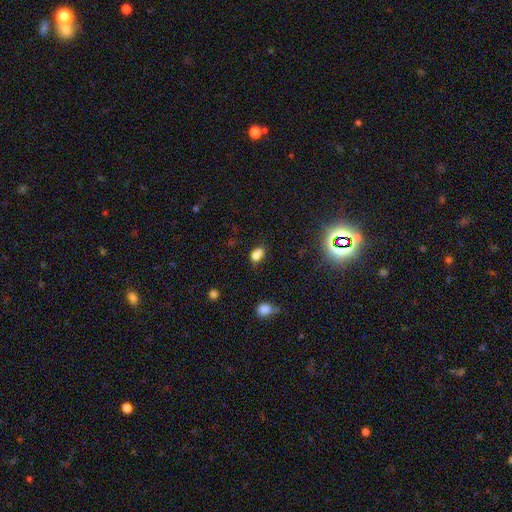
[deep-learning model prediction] A smooth galaxy with no disk features (71%) that is in between round and cigar-shaped (56%). Merging: merger (48%).